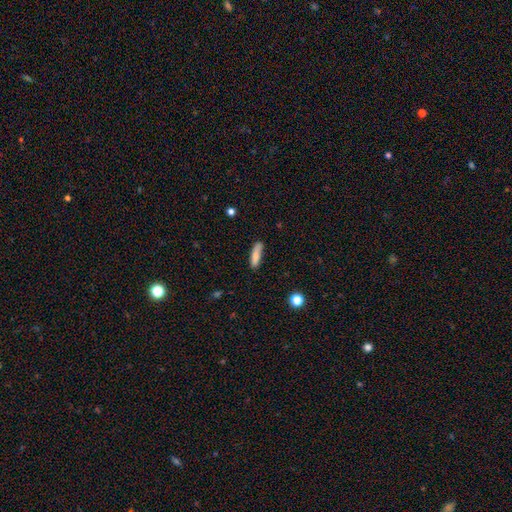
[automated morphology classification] smooth_or_featured: smooth (p=0.80) [alt: featured or disk p=0.12]
how_rounded: cigar-shaped (p=0.70) [alt: in between p=0.28]
merging: none (p=0.76) [alt: minor disturbance p=0.18]